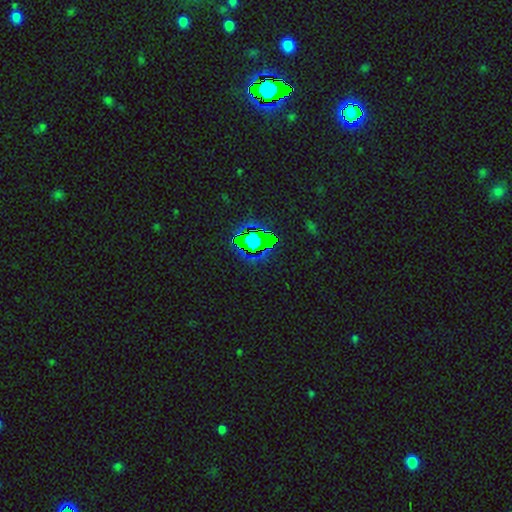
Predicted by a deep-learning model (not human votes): This appears to be a star or artifact, not a galaxy (81%).